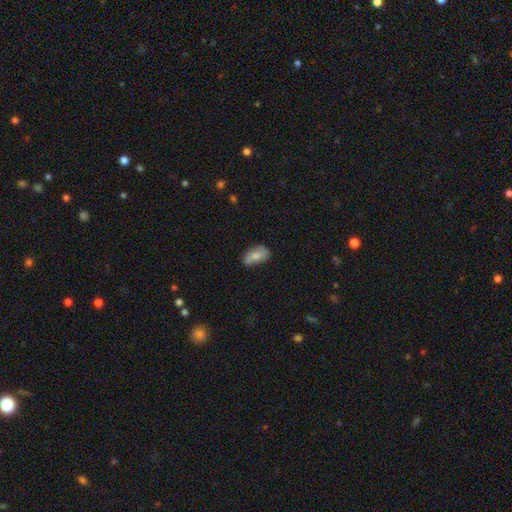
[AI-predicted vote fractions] Smooth or featured?
  - smooth: 61% *
  - featured or disk: 31%
  - star or artifact: 7%
How rounded?
  - in between: 91% *
  - round: 6%
  - cigar-shaped: 3%
Merging?
  - none: 64% *
  - minor disturbance: 28%
  - major disturbance: 6%
  - merger: 2%